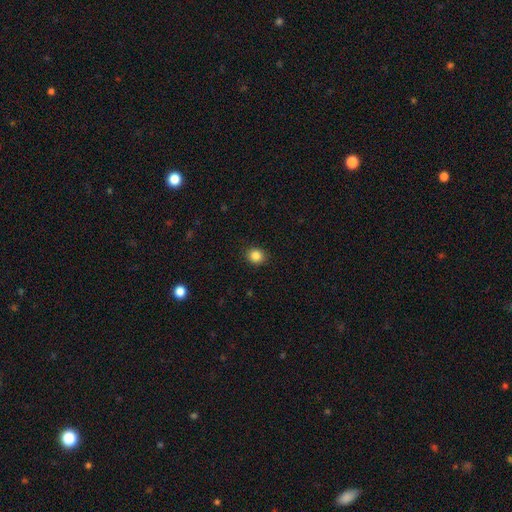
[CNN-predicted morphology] smooth 86%, star or artifact 11%, featured or disk 4%. Down the decision tree: how rounded — round (81%); merging — none (91%).